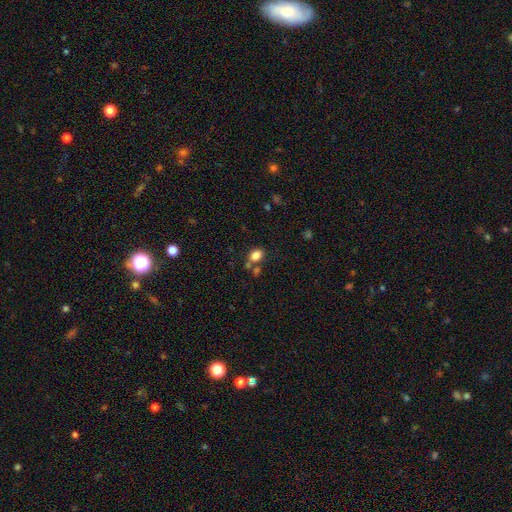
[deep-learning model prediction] This appears to be a smooth galaxy with no disk features (83%) that is in between round and cigar-shaped (61%). Merging: none (65%).